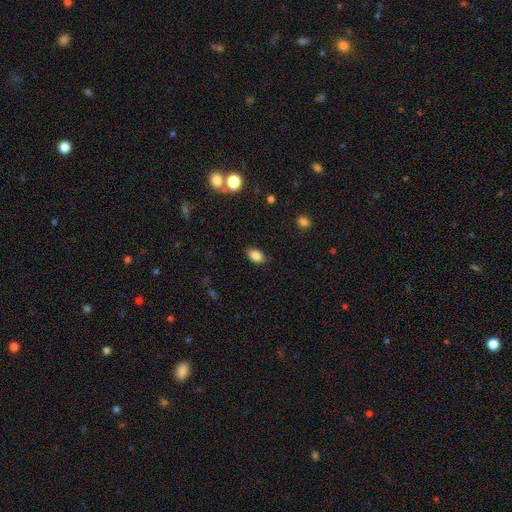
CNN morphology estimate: Overall: smooth (86%). How rounded: in between (88%). Merging: none (85%).